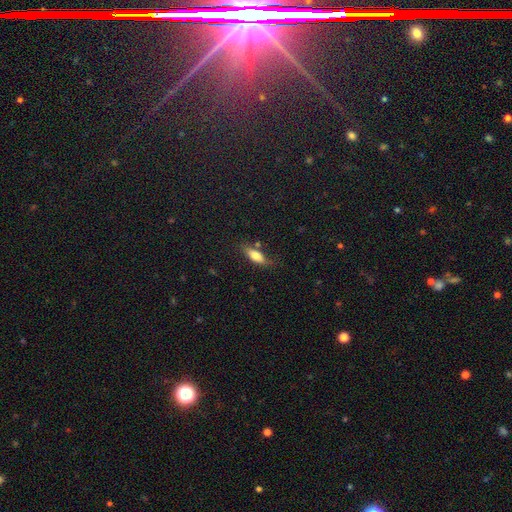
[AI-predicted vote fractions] smooth 73%, featured or disk 20%, star or artifact 8%. Down the decision tree: how rounded — in between (63%); merging — none (69%).